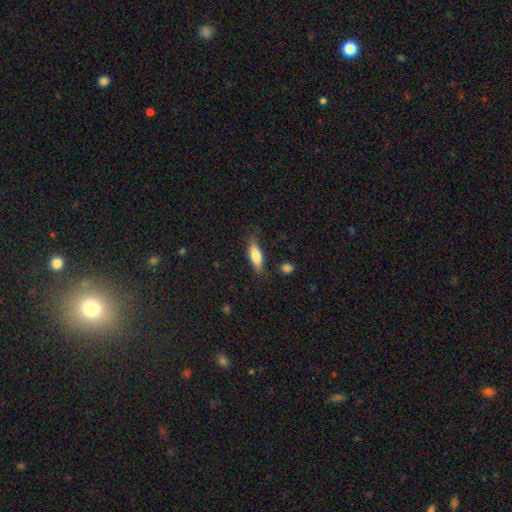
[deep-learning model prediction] smooth-or-featured: smooth: 75% | featured or disk: 18% | star or artifact: 7%
  how-rounded: in between: 61% | cigar-shaped: 37% | round: 2%
  merging: none: 71% | minor disturbance: 22% | major disturbance: 6% | merger: 2%